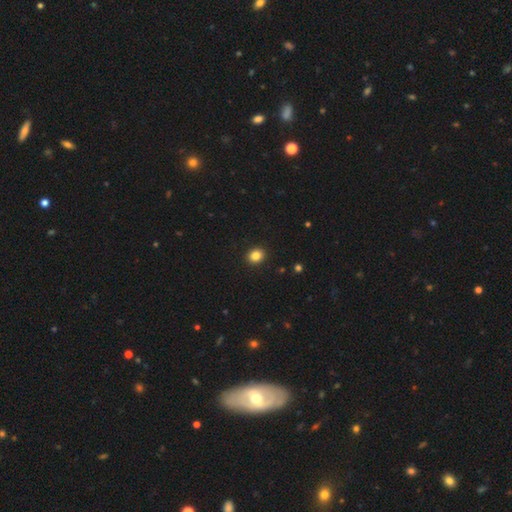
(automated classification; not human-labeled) Overall: smooth (85%). How rounded: round (70%; in between 30%). Merging: none (92%).